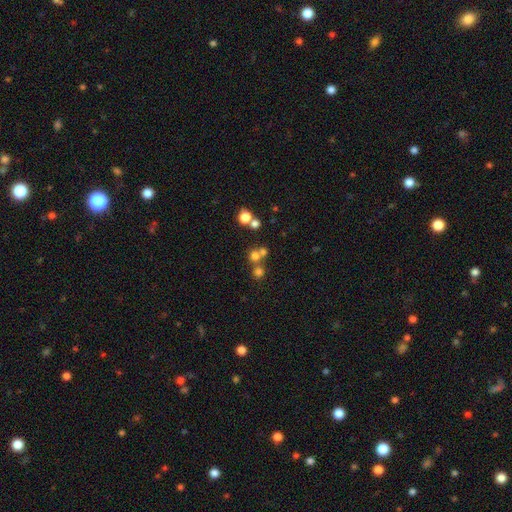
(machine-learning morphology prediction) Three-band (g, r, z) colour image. It shows a smooth galaxy with no disk features (66%) that is round (90%). Merging: none (53%).